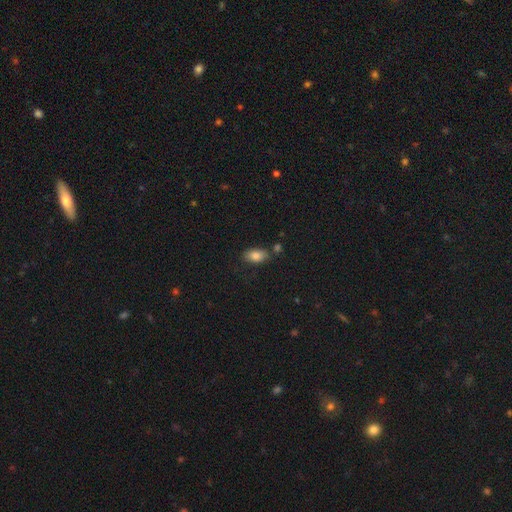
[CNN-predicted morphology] Q: Smooth or featured?
A: smooth (84%); runner-up: star or artifact (8%)
Q: How rounded?
A: in between (91%); runner-up: round (6%)
Q: Merging?
A: none (73%); runner-up: minor disturbance (14%)